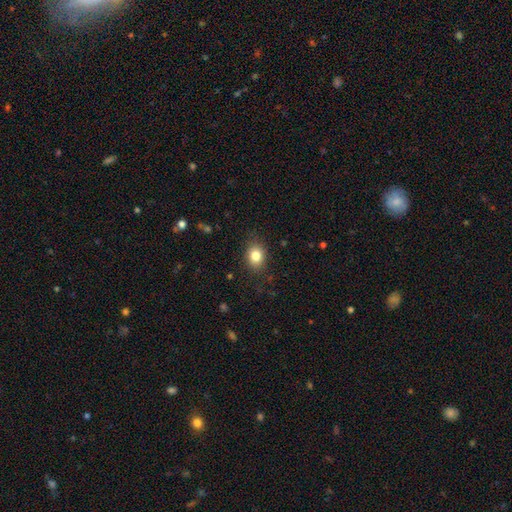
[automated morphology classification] The model was most divided on "how rounded": in between: 54%, round: 45%, cigar-shaped: 1%. More confident: merging — none (84%); smooth or featured — smooth (83%).